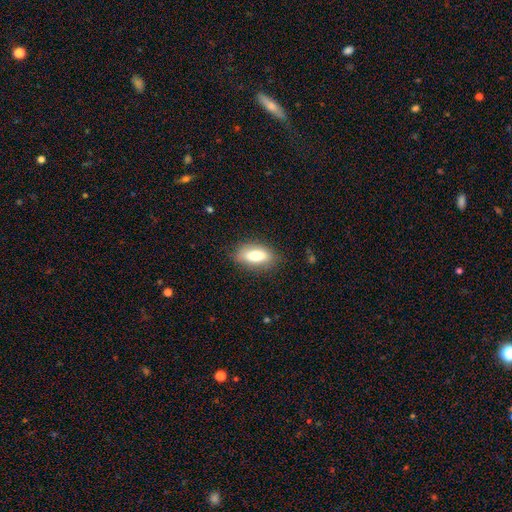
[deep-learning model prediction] Smooth or featured?
  - smooth: 74% *
  - featured or disk: 19%
  - star or artifact: 7%
How rounded?
  - in between: 86% *
  - cigar-shaped: 10%
  - round: 4%
Merging?
  - none: 82% *
  - minor disturbance: 14%
  - major disturbance: 4%
  - merger: 1%